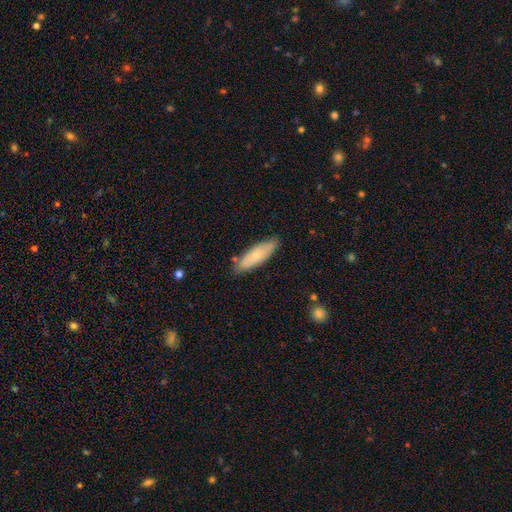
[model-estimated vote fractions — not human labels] Morphology: type=smooth (72%); roundness=cigar-shaped (53%); merging=none (82%).